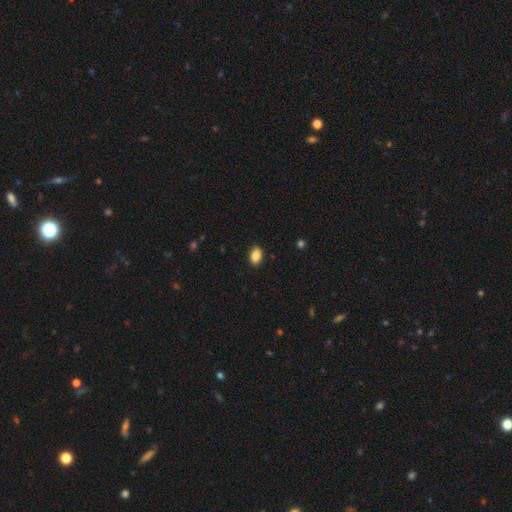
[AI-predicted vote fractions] This appears to be a smooth galaxy with no disk features (88%) that is in between round and cigar-shaped (87%). Merging: none (90%).